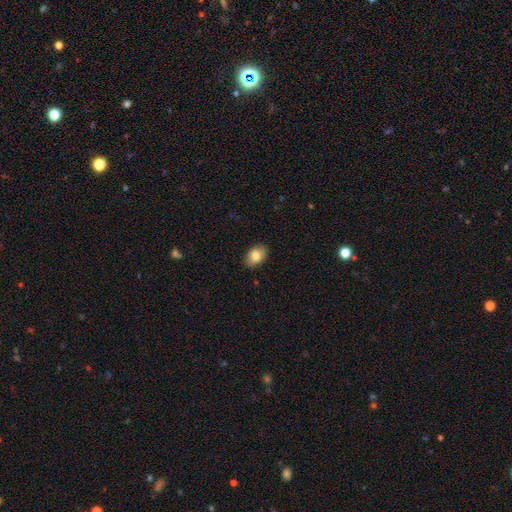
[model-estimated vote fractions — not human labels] This is clearly a smooth galaxy (82%). How rounded: clearly in between (82%). Merging: clearly none (87%).